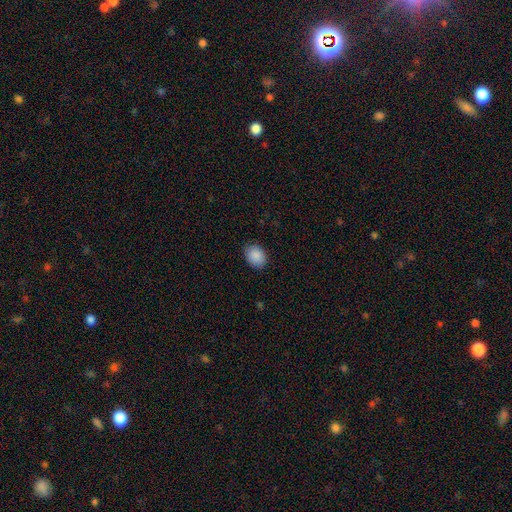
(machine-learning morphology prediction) This appears to be a smooth galaxy with no disk features (89%) that is in between round and cigar-shaped (69%). Merging: none (83%).